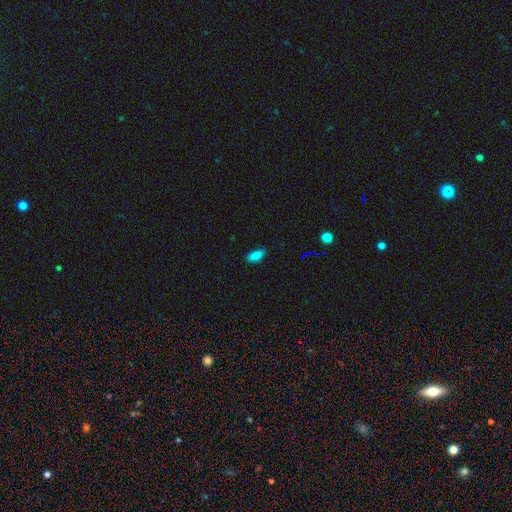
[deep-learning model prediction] The model was most divided on "merging": none: 84%, minor disturbance: 13%, major disturbance: 2%, merger: 1%. More confident: how rounded — in between (89%); smooth or featured — smooth (85%).